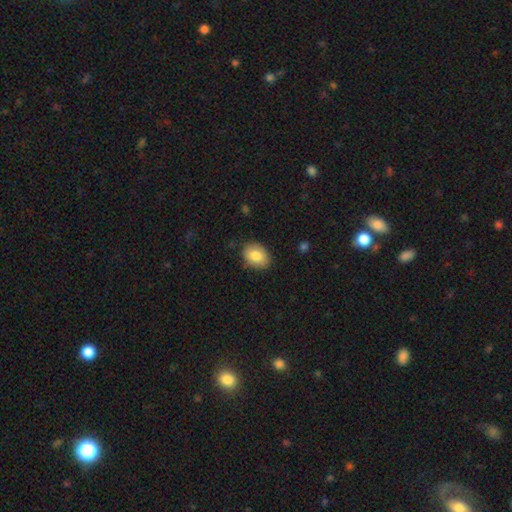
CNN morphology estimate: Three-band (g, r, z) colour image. It shows a smooth galaxy with no disk features (82%) that is in between round and cigar-shaped (66%). Merging: none (85%).